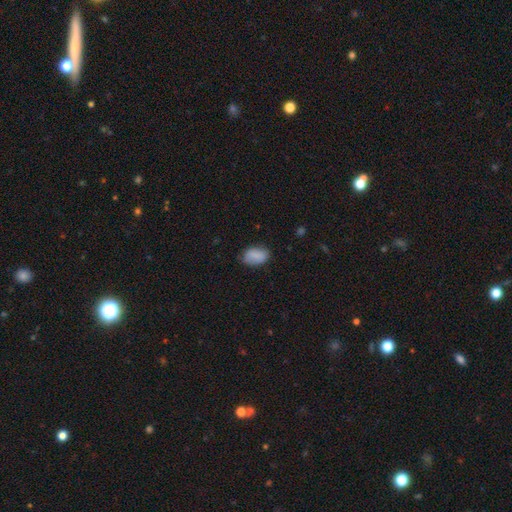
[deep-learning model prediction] This appears to be a smooth galaxy with no disk features (85%) that is in between round and cigar-shaped (87%). Merging: none (76%).